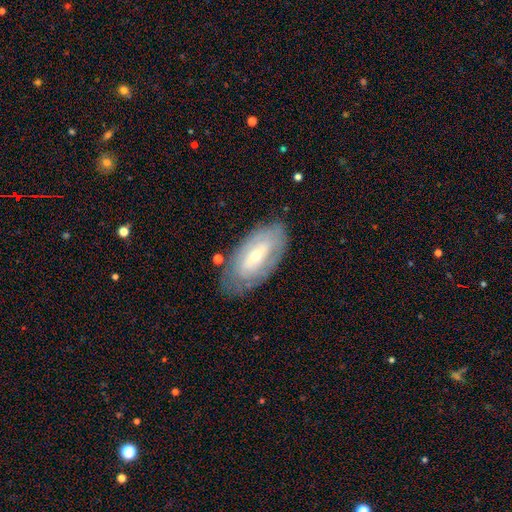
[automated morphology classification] Smooth or featured? Predicted: featured or disk (p=0.66). Edge-on disk? Predicted: no (p=0.89). Bar? Predicted: no (p=0.43). Spiral arms? Predicted: yes (p=0.64). Bulge size? Predicted: small (p=0.52). Merging? Predicted: none (p=0.77).